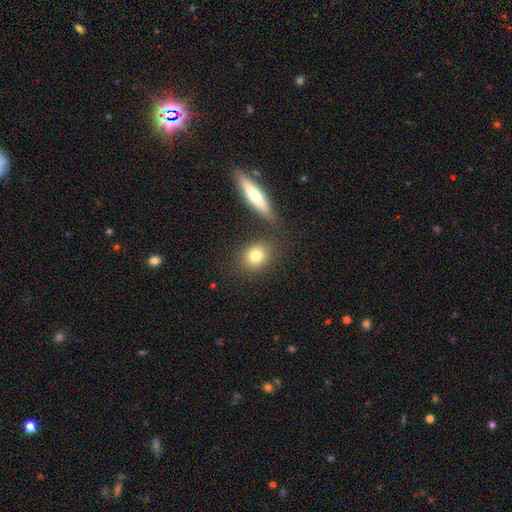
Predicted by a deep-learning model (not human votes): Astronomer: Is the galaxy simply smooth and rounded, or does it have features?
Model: smooth — 78%.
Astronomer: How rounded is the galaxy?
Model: round — 61%.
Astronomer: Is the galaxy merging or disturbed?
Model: none — 77%.